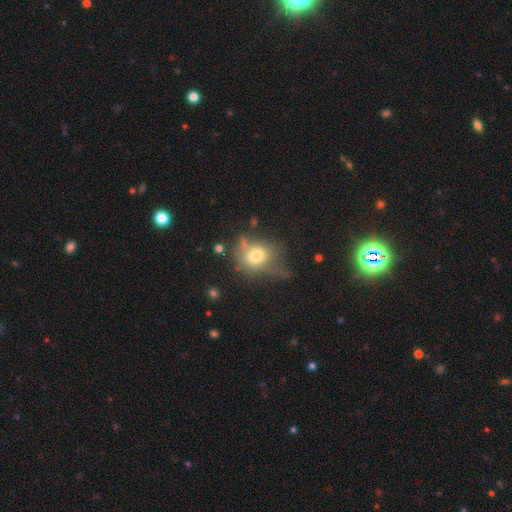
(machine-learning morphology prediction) Overall: smooth (67%). How rounded: round (57%; in between 41%). Merging: none (39%; minor disturbance 28%).